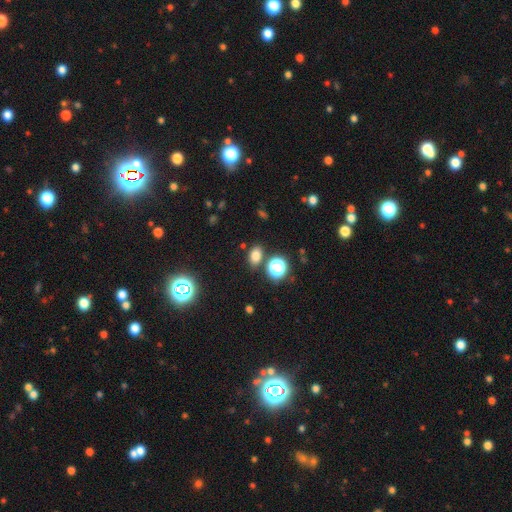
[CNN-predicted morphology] smooth_or_featured: smooth (p=0.75) [alt: star or artifact p=0.18]
how_rounded: in between (p=0.71) [alt: round p=0.27]
merging: none (p=0.79) [alt: minor disturbance p=0.10]